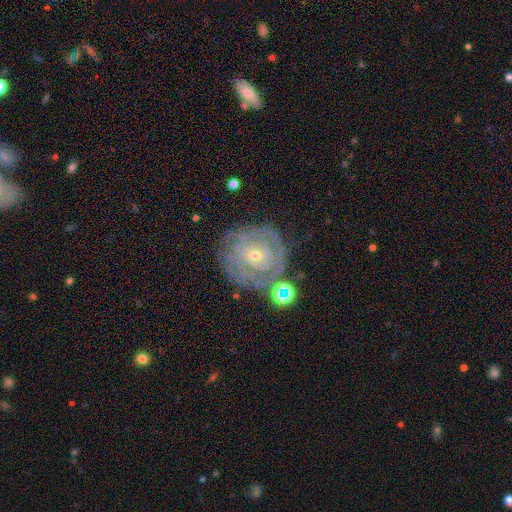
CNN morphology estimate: type=featured or disk (82%); edge-on=no (97%); bar=no (76%); spiral arms=yes (92%); winding=tight (84%); arm count=can't tell (39%); bulge=small (67%); merging=none (72%).